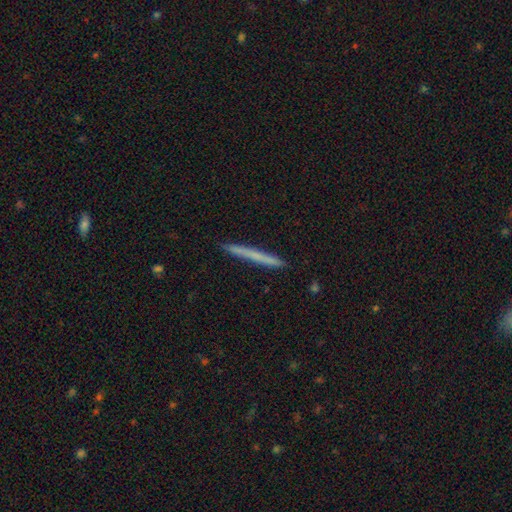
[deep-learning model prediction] Smooth or featured? smooth (59%)
How rounded? cigar-shaped (97%)
Merging? none (92%)